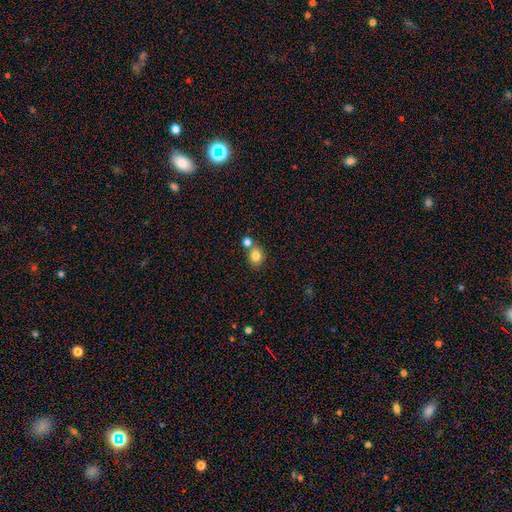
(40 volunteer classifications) A smooth galaxy with no disk features (85%) that is round (79%).

Vote fractions:
- Smooth or featured? smooth: 85% / featured or disk: 8% / star or artifact: 8%
- How rounded? round: 79% / in between: 21% / cigar-shaped: 0%
- Merging? none: 62% / merger: 27% / minor disturbance: 11% / major disturbance: 0%